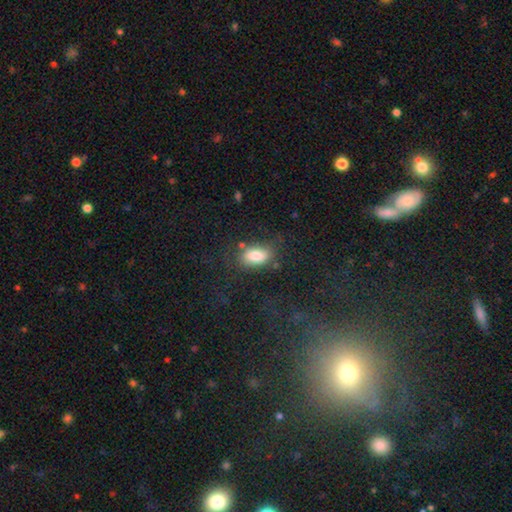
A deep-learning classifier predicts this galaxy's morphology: This appears to be a smooth galaxy with no disk features (81%) that is in between round and cigar-shaped (90%). Merging: none (66%).